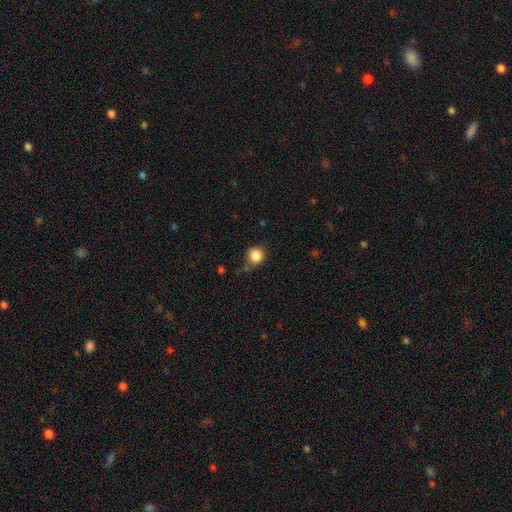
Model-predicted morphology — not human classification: Q: Smooth or featured?
A: smooth (86%); runner-up: star or artifact (10%)
Q: How rounded?
A: round (91%); runner-up: in between (8%)
Q: Merging?
A: none (77%); runner-up: minor disturbance (14%)